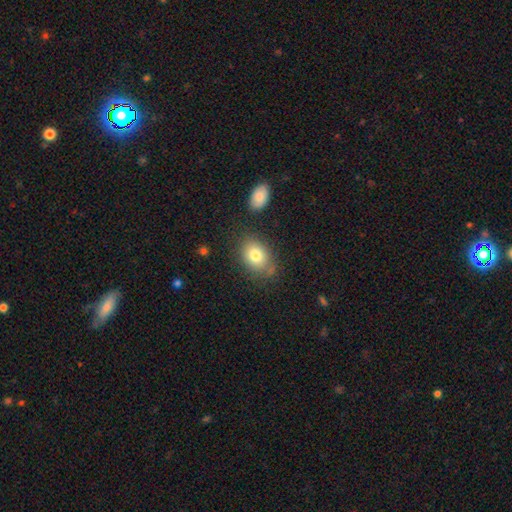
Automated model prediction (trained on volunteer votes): Smooth or featured? Predicted: smooth (p=0.79). How rounded? Predicted: in between (p=0.69). Merging? Predicted: none (p=0.73).